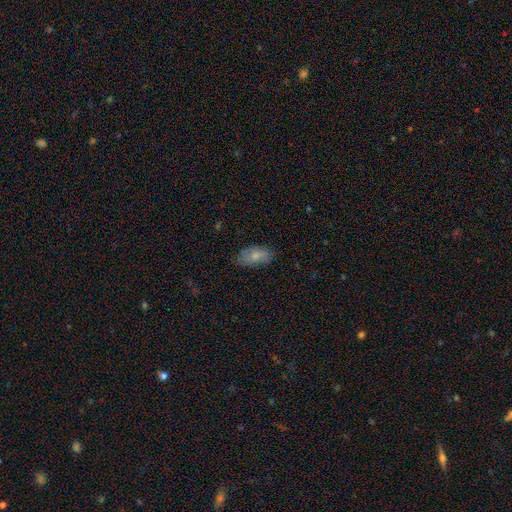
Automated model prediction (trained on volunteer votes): This is likely a smooth galaxy (74%). How rounded: clearly in between (91%). Merging: likely none (73%).